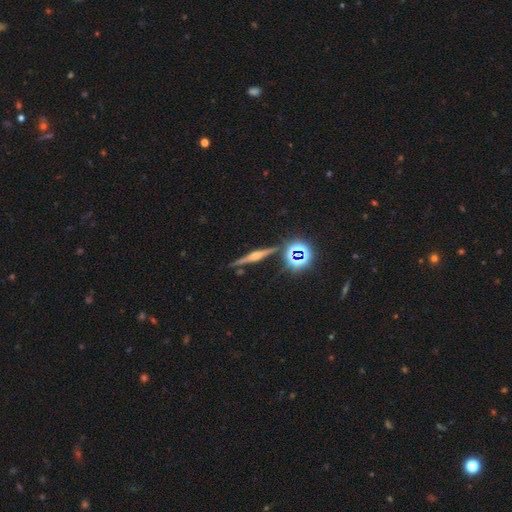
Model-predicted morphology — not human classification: Overall: featured or disk (67%). Edge-on disk: yes (97%). Edge-on bulge: rounded (79%). Merging: none (86%).